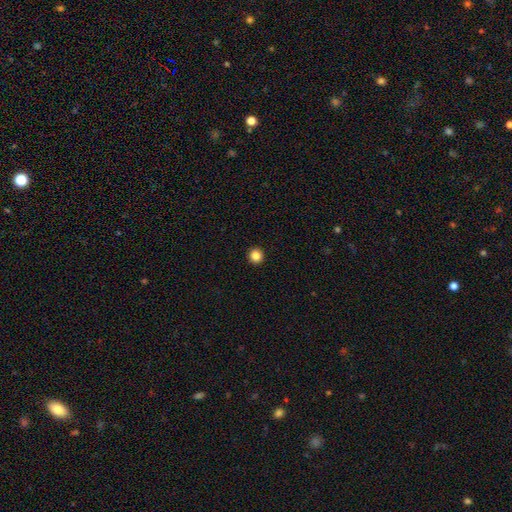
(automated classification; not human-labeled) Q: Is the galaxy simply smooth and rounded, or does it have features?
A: smooth — 85%.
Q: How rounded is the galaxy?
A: round — 96%.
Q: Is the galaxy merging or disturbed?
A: none — 94%.